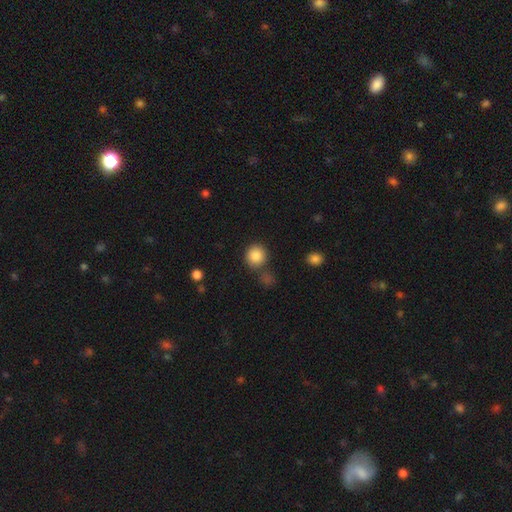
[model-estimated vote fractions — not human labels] smooth 86%, star or artifact 9%, featured or disk 5%. Down the decision tree: how rounded — round (90%); merging — none (74%).